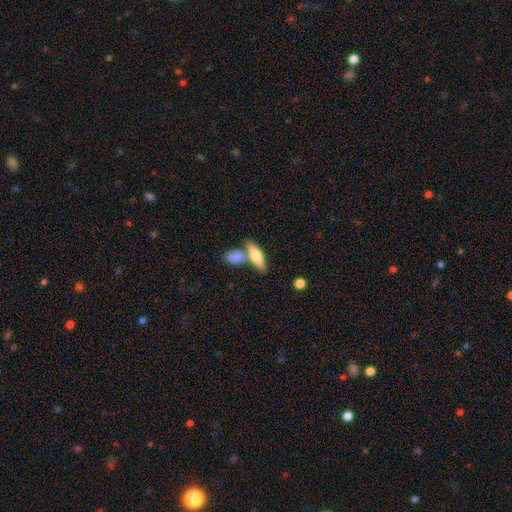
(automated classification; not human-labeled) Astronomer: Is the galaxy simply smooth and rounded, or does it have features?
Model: smooth — 66%.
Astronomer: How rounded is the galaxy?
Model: in between — 56% (runner-up: cigar-shaped, 40%).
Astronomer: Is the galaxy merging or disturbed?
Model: none — 53% (runner-up: merger, 33%).